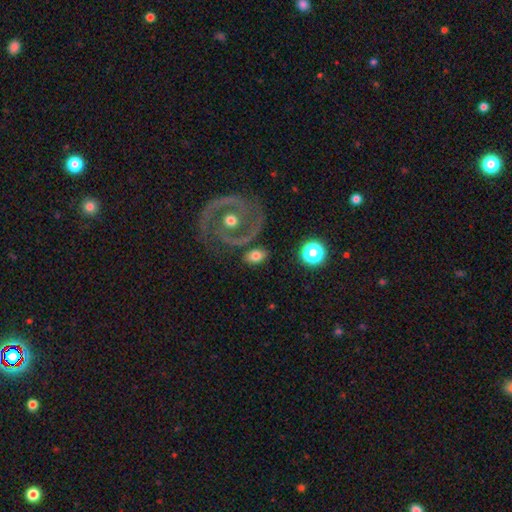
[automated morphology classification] Smooth or featured? Predicted: smooth (p=0.67). How rounded? Predicted: in between (p=0.79). Merging? Predicted: none (p=0.74).